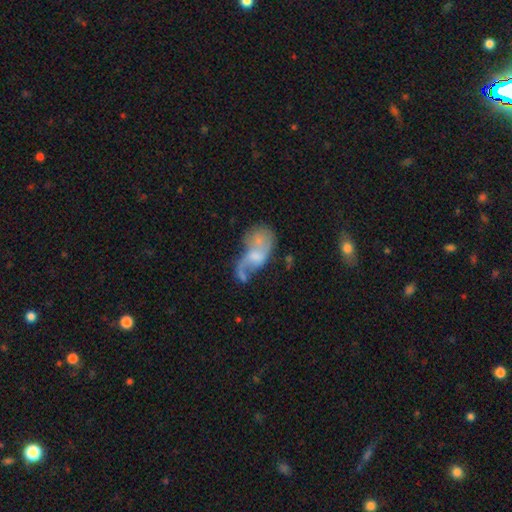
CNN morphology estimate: type=featured or disk (61%); edge-on=no (96%); bar=no (60%); spiral arms=yes (65%); bulge=small (35%); merging=merger (35%).